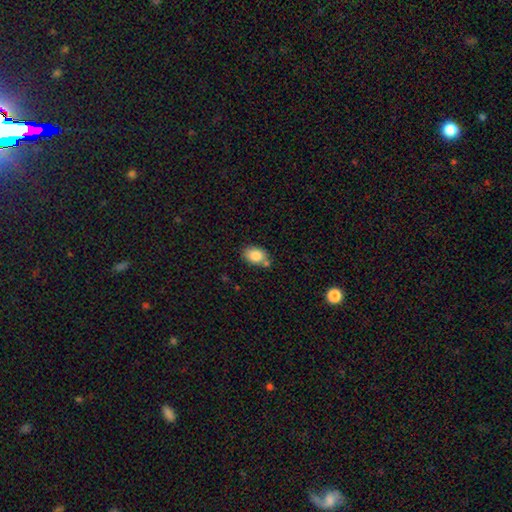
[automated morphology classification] The model was most divided on "merging": none: 65%, minor disturbance: 17%, merger: 14%, major disturbance: 4%. More confident: smooth or featured — smooth (84%); how rounded — in between (74%).